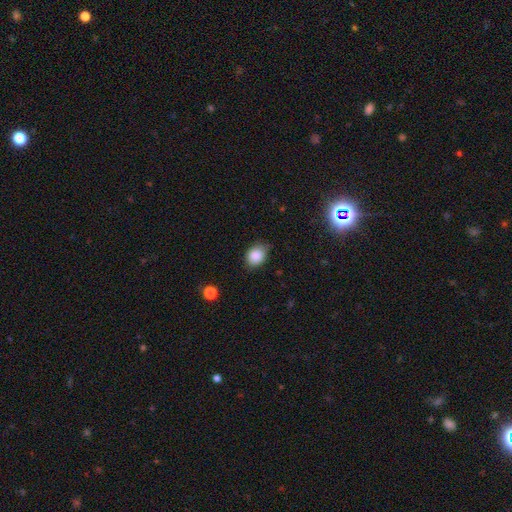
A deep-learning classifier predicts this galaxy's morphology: The model was most divided on "how rounded": in between: 52%, round: 47%, cigar-shaped: 1%. More confident: smooth or featured — smooth (87%); merging — none (70%).